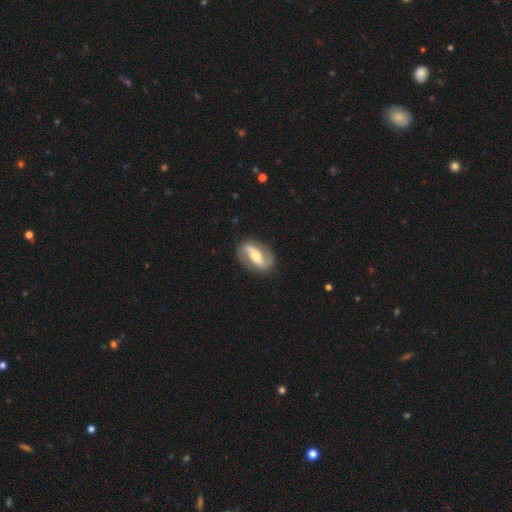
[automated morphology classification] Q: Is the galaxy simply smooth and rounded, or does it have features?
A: featured or disk — 83%.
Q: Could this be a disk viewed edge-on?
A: no — 94%.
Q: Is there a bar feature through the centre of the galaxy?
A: strong — 55%.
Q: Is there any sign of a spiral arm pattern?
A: yes — 90%.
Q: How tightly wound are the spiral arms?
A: loose — 40%.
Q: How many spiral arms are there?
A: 2 — 92%.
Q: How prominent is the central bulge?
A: moderate — 64%.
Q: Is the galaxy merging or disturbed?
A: none — 86%.